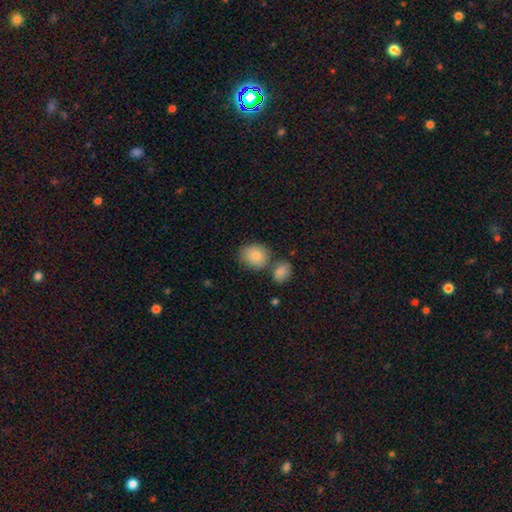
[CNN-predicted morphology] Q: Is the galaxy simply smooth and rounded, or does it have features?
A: smooth — 82%.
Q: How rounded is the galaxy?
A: round — 68%.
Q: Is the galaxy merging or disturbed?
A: none — 59%.